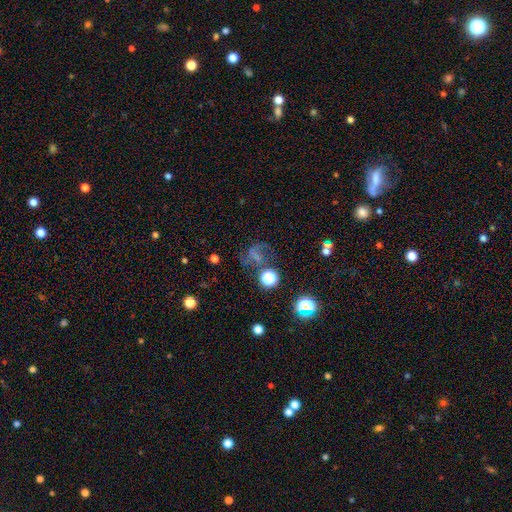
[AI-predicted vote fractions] Smooth or featured? Predicted: featured or disk (p=0.36). Merging? Predicted: none (p=0.55).